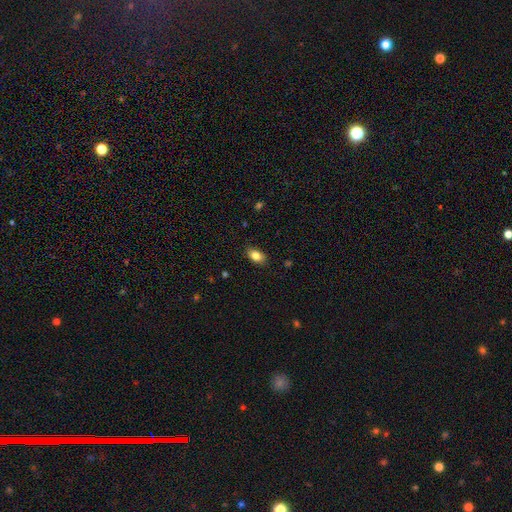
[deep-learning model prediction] Smooth or featured?
  - smooth: 83% *
  - featured or disk: 9%
  - star or artifact: 9%
How rounded?
  - in between: 85% *
  - round: 12%
  - cigar-shaped: 2%
Merging?
  - none: 84% *
  - minor disturbance: 12%
  - major disturbance: 2%
  - merger: 1%